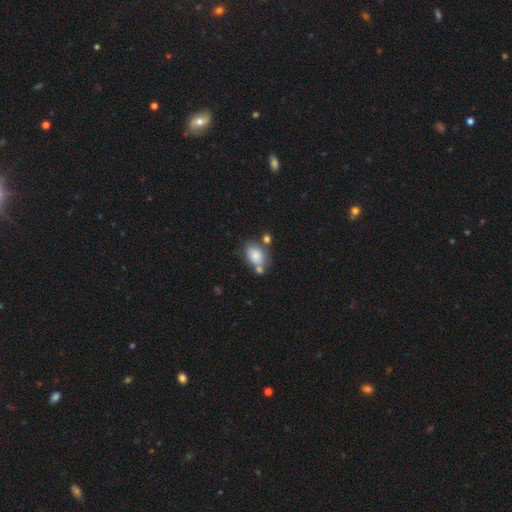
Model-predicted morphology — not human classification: type=smooth (82%); roundness=in between (78%); merging=none (50%).